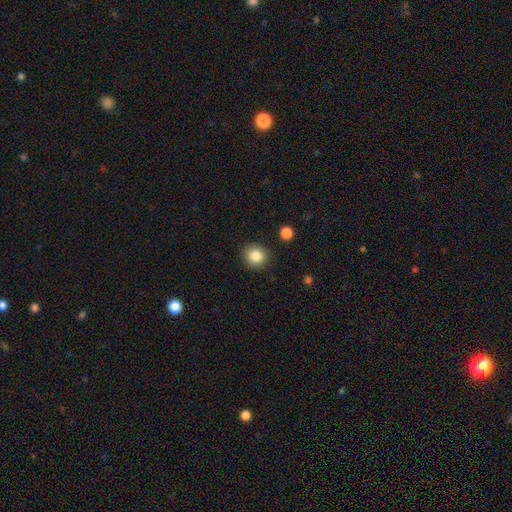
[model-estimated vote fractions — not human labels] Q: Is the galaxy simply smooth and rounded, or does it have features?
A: smooth — 85%.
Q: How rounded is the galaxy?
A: round — 91%.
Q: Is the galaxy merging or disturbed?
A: none — 90%.